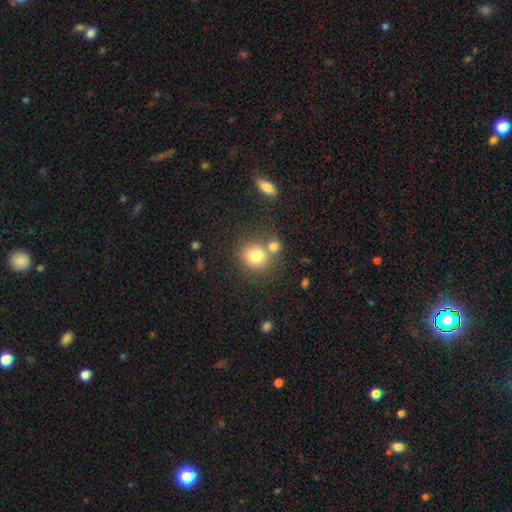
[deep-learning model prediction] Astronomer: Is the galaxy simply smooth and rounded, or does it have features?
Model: smooth — 79%.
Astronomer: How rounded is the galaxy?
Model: round — 81%.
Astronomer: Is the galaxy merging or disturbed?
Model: none — 56%.